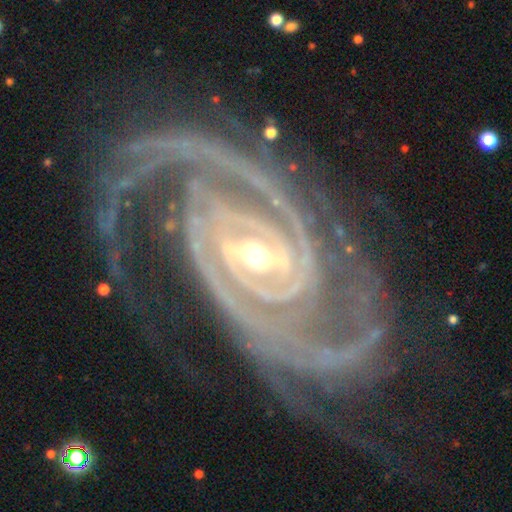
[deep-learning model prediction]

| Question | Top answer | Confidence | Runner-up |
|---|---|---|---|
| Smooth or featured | featured or disk | 94% | star or artifact (4%) |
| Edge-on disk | no | 97% | yes (3%) |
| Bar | strong | 40% | weak (36%) |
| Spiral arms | yes | 99% | no (1%) |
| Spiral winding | tight | 60% | medium (34%) |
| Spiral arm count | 2 | 66% | 3 (13%) |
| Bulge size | small | 58% | moderate (38%) |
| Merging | none | 72% | minor disturbance (16%) |